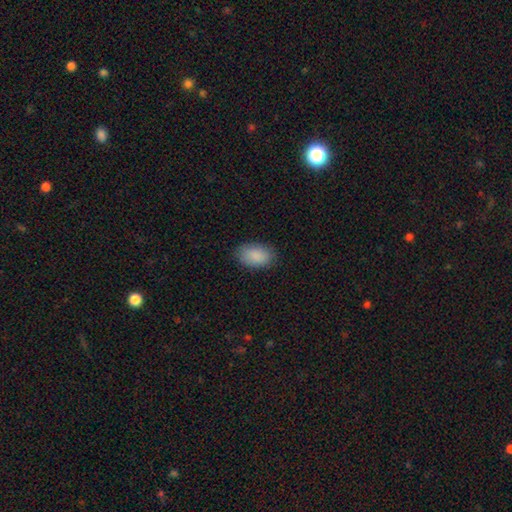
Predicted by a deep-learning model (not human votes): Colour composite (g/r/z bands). It shows a smooth galaxy with no disk features (89%) that is in between round and cigar-shaped (91%). Merging: none (86%).